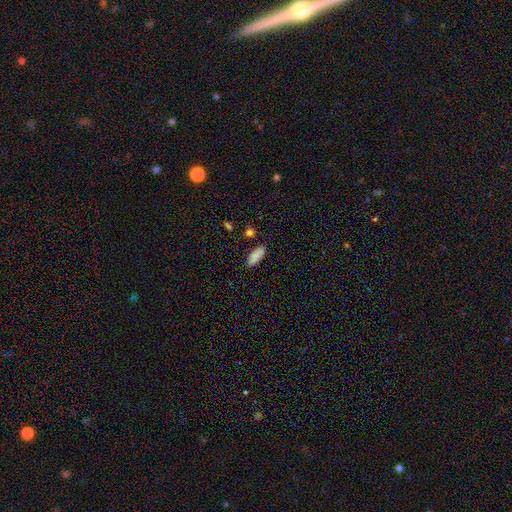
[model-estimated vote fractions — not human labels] Smooth or featured: smooth — 86% (star or artifact — 8%)
How rounded: in between — 85% (cigar-shaped — 13%)
Merging: none — 84% (minor disturbance — 12%)